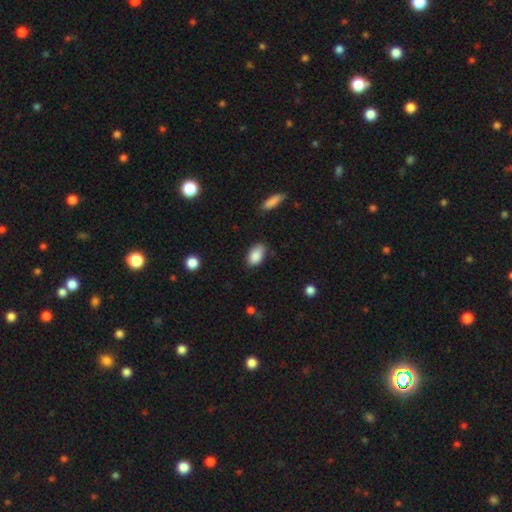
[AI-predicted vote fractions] Q: Smooth or featured?
A: smooth (88%); runner-up: star or artifact (7%)
Q: How rounded?
A: in between (92%); runner-up: round (6%)
Q: Merging?
A: none (74%); runner-up: minor disturbance (20%)